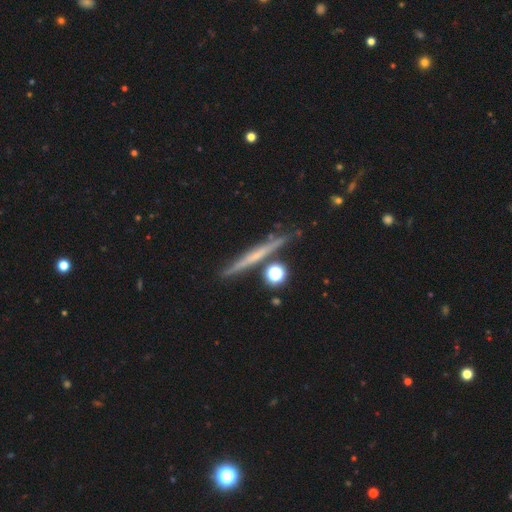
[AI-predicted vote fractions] Overall: featured or disk (60%; smooth 31%). Edge-on disk: yes (96%). Edge-on bulge: none (69%). Merging: none (83%).